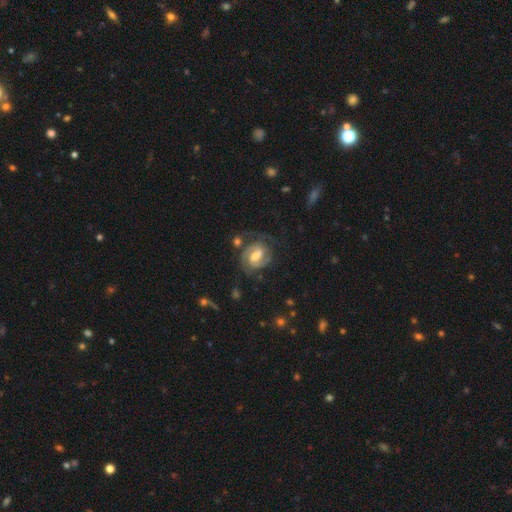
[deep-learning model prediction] The model was most divided on "spiral winding": tight: 47%, medium: 43%, loose: 10%. More confident: edge-on disk — no (98%); spiral arms — yes (96%); smooth or featured — featured or disk (84%); spiral arm count — 2 (82%); merging — none (66%); bulge size — moderate (51%); bar — weak (51%).